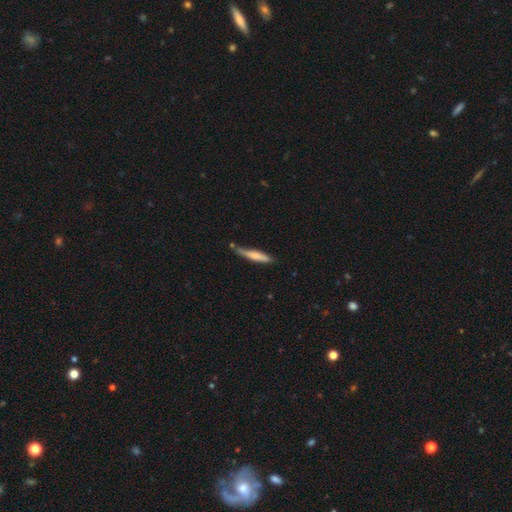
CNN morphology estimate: smooth_or_featured: smooth (p=0.69) [alt: featured or disk p=0.26]
how_rounded: cigar-shaped (p=0.91) [alt: in between p=0.07]
merging: none (p=0.69) [alt: minor disturbance p=0.21]